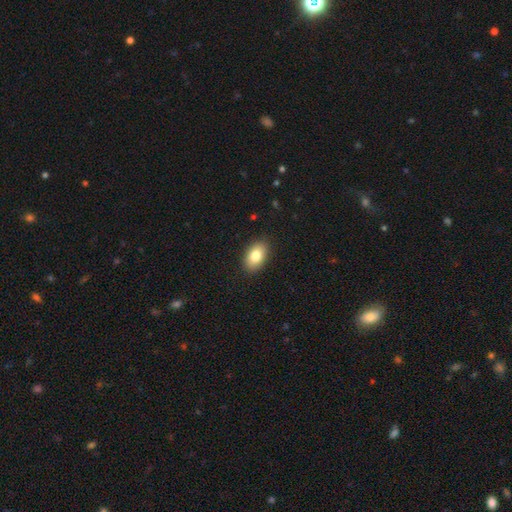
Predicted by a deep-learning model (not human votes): This appears to be a smooth galaxy with no disk features (83%) that is in between round and cigar-shaped (89%). Merging: none (88%).